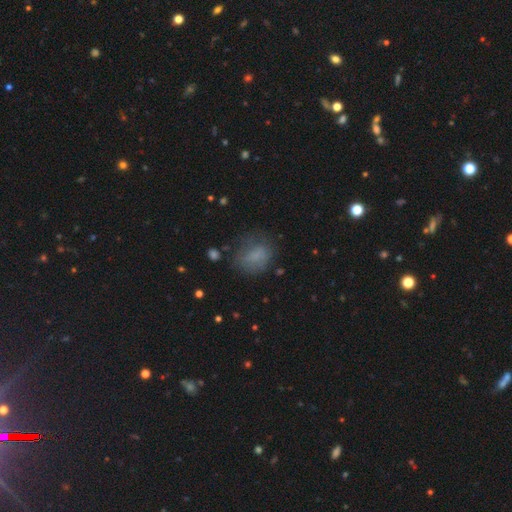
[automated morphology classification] This is likely a smooth galaxy (71%). How rounded: likely in between (60%). Merging: possibly none (55%).